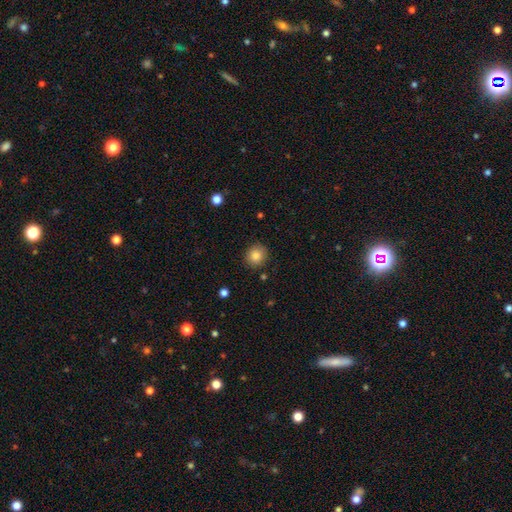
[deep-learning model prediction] Morphology: type=smooth (84%); roundness=round (88%); merging=none (89%).